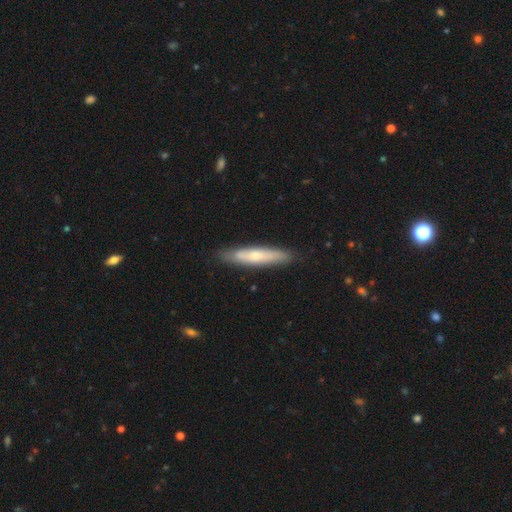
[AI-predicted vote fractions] This appears to be a smooth galaxy with no disk features (55%) that is cigar-shaped (87%). Merging: none (85%).